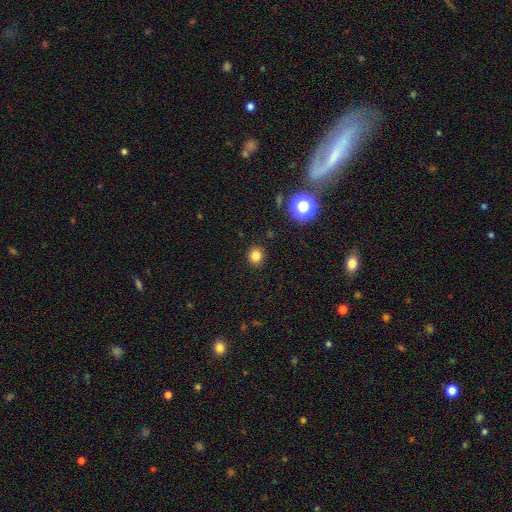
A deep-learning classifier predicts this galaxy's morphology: Smooth or featured?
  - smooth: 81% *
  - star or artifact: 14%
  - featured or disk: 5%
How rounded?
  - round: 82% *
  - in between: 17%
  - cigar-shaped: 1%
Merging?
  - none: 90% *
  - minor disturbance: 6%
  - major disturbance: 2%
  - merger: 1%